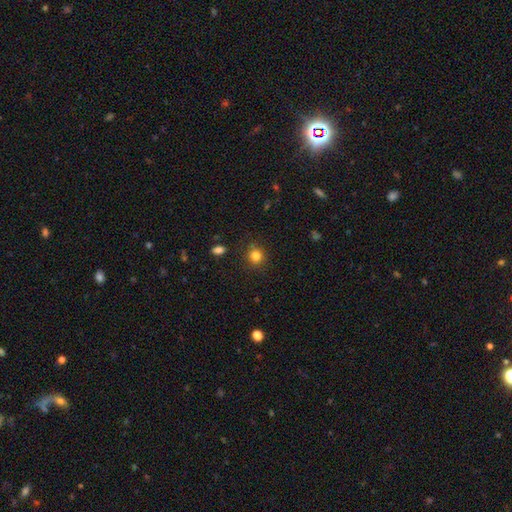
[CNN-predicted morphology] Smooth or featured? Predicted: smooth (p=0.82). How rounded? Predicted: round (p=0.86). Merging? Predicted: none (p=0.85).